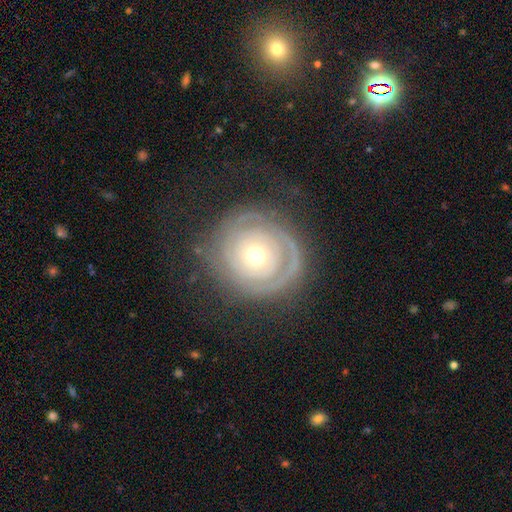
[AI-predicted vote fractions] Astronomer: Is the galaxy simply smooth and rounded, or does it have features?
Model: featured or disk — 79%.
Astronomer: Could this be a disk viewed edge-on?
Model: no — 96%.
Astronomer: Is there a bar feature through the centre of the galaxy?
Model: no — 85%.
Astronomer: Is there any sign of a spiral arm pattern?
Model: yes — 84%.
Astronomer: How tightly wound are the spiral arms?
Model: tight — 83%.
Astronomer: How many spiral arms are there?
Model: can't tell — 35% (runner-up: 2, 24%).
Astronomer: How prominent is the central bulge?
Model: moderate — 54% (runner-up: small, 40%).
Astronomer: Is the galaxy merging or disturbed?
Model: none — 73%.